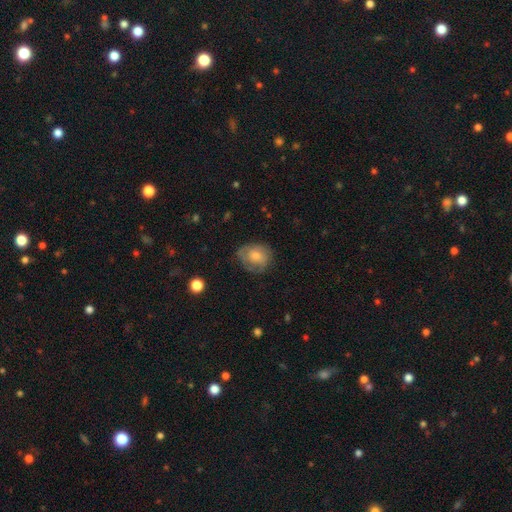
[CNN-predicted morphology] Smooth or featured? smooth (47%)
Merging? none (68%)